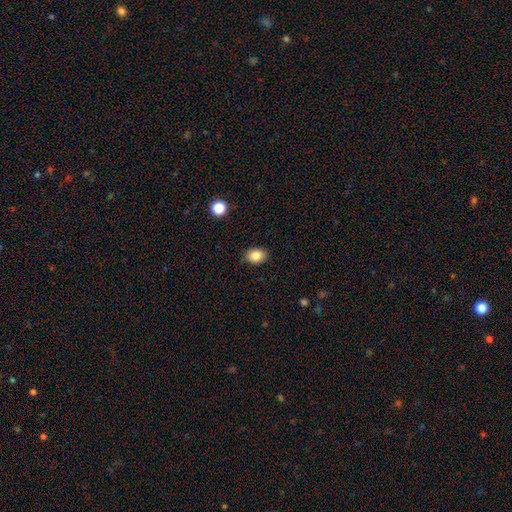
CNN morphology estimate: A smooth galaxy with no disk features (84%) that is in between round and cigar-shaped (54%). Merging: none (83%).